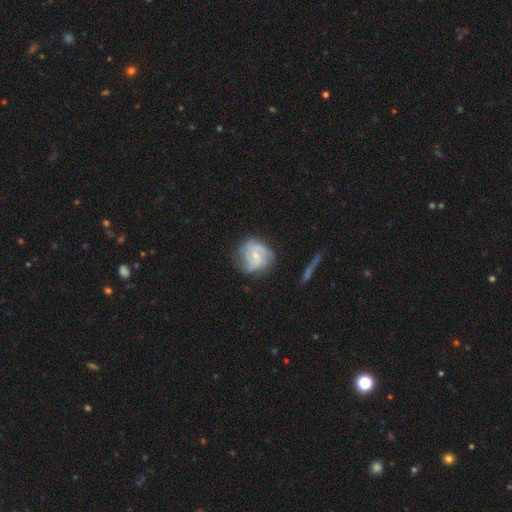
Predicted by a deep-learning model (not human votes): smooth_or_featured: featured or disk (p=0.67) [alt: smooth p=0.26]
disk_edge_on: no (p=0.98) [alt: yes p=0.02]
bar: no (p=0.53) [alt: weak p=0.39]
has_spiral_arms: yes (p=0.87) [alt: no p=0.13]
spiral_winding: medium (p=0.42) [alt: tight p=0.41]
spiral_arm_count: 2 (p=0.37) [alt: can't tell p=0.28]
bulge_size: small (p=0.58) [alt: moderate p=0.34]
merging: none (p=0.63) [alt: minor disturbance p=0.23]